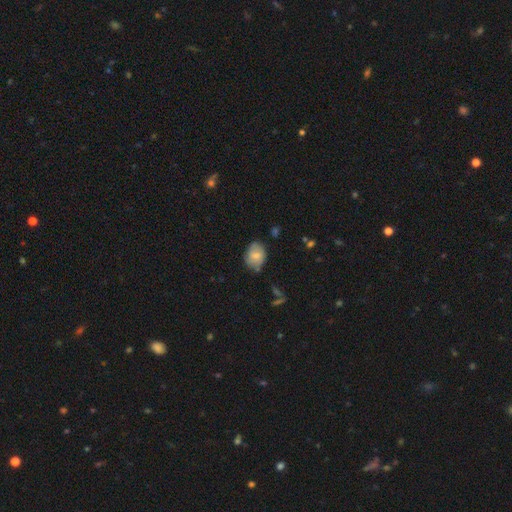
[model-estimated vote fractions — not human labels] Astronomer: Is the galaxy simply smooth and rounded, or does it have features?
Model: smooth — 72%.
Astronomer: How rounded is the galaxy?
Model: in between — 65%.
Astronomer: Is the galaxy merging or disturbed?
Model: none — 71%.